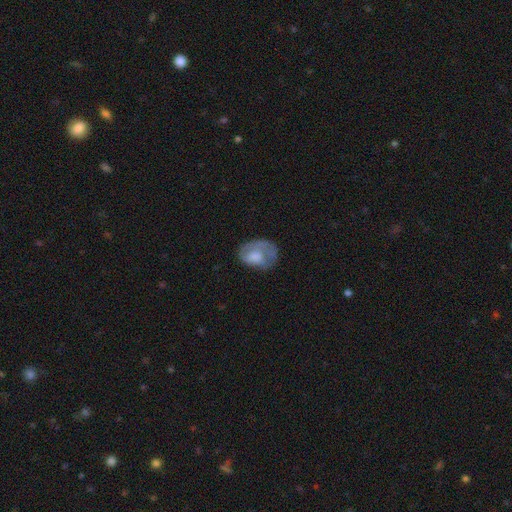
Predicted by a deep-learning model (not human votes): smooth 57%, featured or disk 36%, star or artifact 7%. Down the decision tree: how rounded — in between (76%); merging — none (40%).